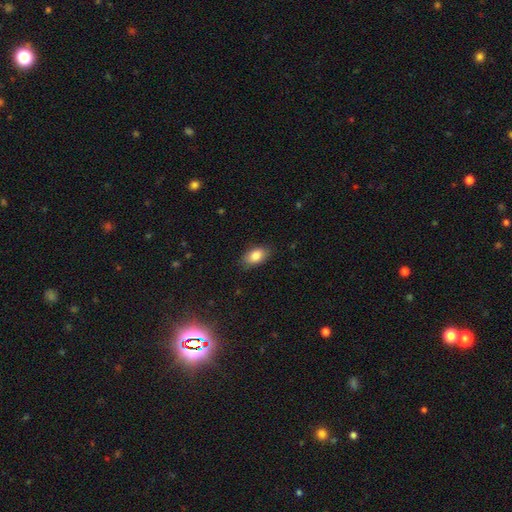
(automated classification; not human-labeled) This is clearly a smooth galaxy (84%). How rounded: clearly in between (90%). Merging: clearly none (85%).